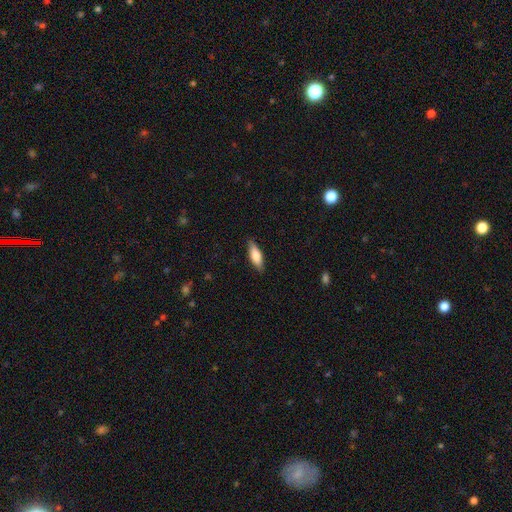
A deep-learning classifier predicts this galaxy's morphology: type=smooth (76%); roundness=in between (59%); merging=none (86%).